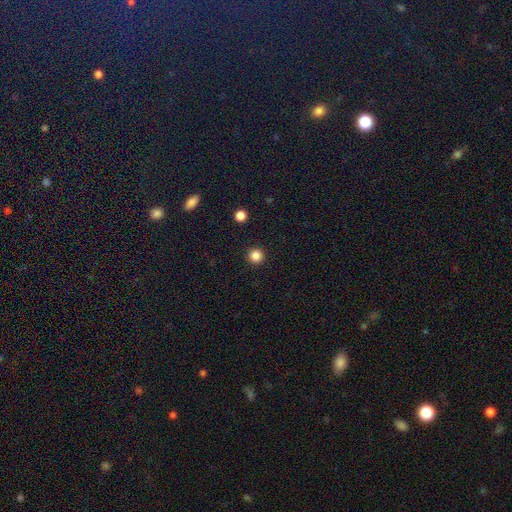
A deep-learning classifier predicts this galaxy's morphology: Smooth or featured: smooth — 85% (star or artifact — 12%)
How rounded: round — 96% (in between — 3%)
Merging: none — 93% (minor disturbance — 4%)